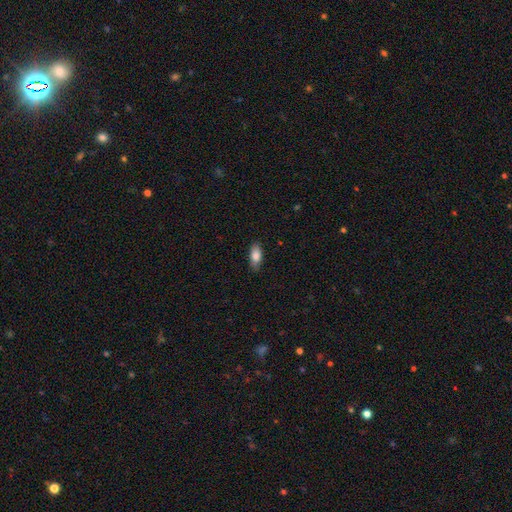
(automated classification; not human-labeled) A smooth galaxy with no disk features (83%) that is in between round and cigar-shaped (87%).

Vote fractions:
- Smooth or featured? smooth: 83% / featured or disk: 10% / star or artifact: 7%
- How rounded? in between: 87% / cigar-shaped: 10% / round: 3%
- Merging? none: 82% / minor disturbance: 15% / major disturbance: 3% / merger: 1%